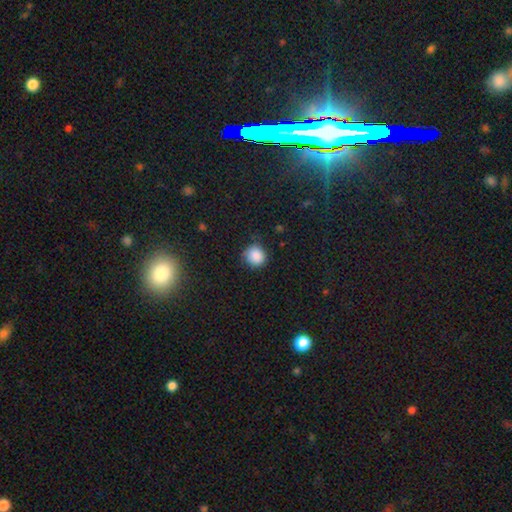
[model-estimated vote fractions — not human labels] Overall: smooth (87%). How rounded: round (87%). Merging: none (80%).